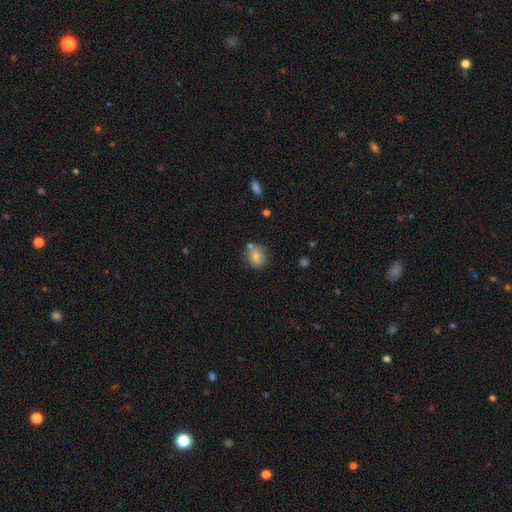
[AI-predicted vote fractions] This is likely a smooth galaxy (75%). How rounded: possibly round (59%). Merging: likely none (66%).